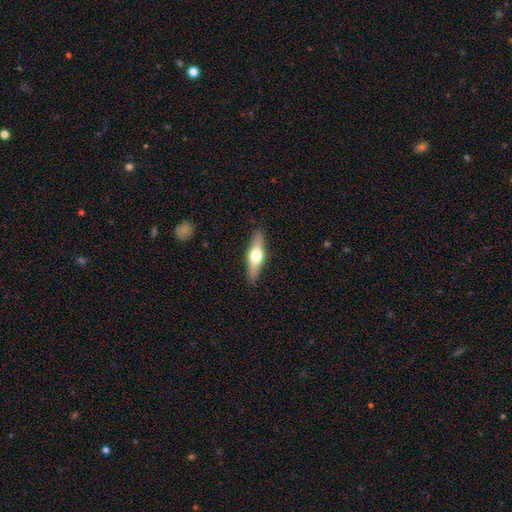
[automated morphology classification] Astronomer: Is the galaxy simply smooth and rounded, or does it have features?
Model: featured or disk — 54% (runner-up: smooth, 41%).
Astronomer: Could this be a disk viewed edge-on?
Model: yes — 93%.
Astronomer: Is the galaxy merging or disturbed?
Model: none — 89%.